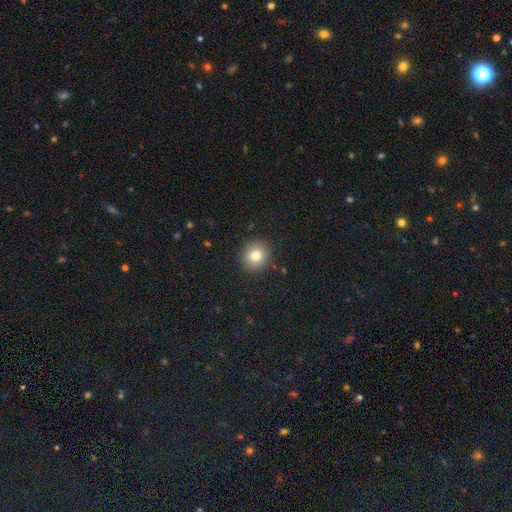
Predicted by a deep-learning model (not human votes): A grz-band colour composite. It shows a smooth galaxy with no disk features (79%) that is round (91%). Merging: none (90%).